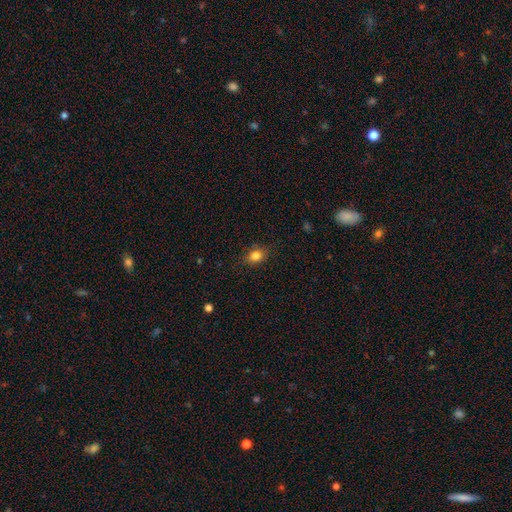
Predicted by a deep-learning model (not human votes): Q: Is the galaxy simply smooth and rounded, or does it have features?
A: smooth — 83%.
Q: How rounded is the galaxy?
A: in between — 56%.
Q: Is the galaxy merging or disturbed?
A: none — 83%.